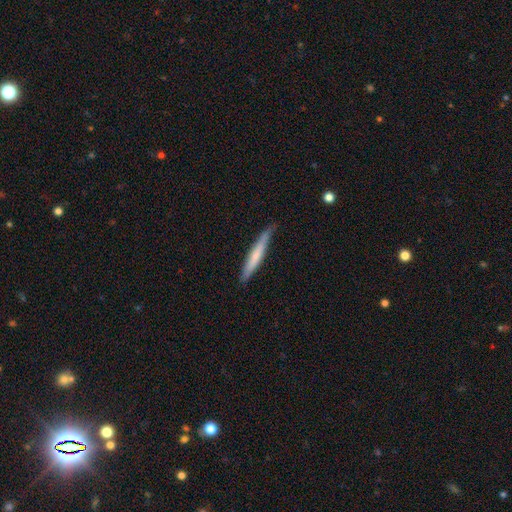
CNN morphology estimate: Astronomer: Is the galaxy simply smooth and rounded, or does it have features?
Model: smooth — 62%.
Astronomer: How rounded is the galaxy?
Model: cigar-shaped — 95%.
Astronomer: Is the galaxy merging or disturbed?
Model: none — 82%.